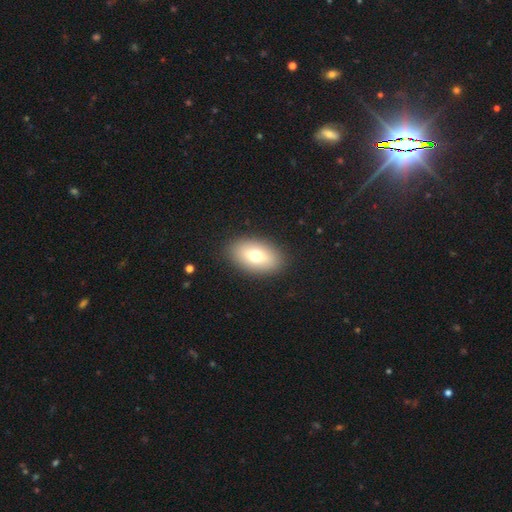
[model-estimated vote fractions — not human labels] smooth_or_featured: smooth (p=0.72) [alt: featured or disk p=0.20]
how_rounded: in between (p=0.90) [alt: round p=0.08]
merging: none (p=0.88) [alt: minor disturbance p=0.08]